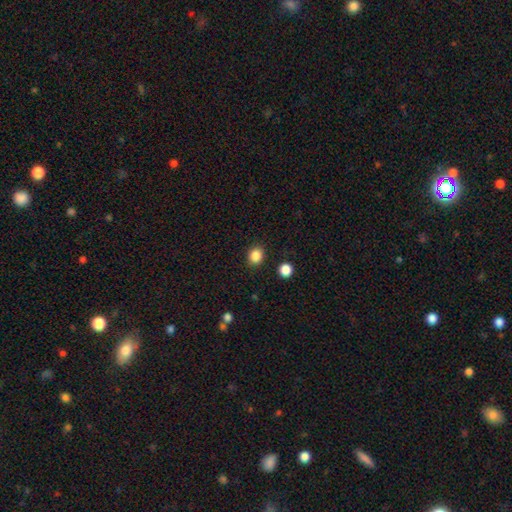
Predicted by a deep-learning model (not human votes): Morphology: type=smooth (86%); roundness=round (67%); merging=none (88%).